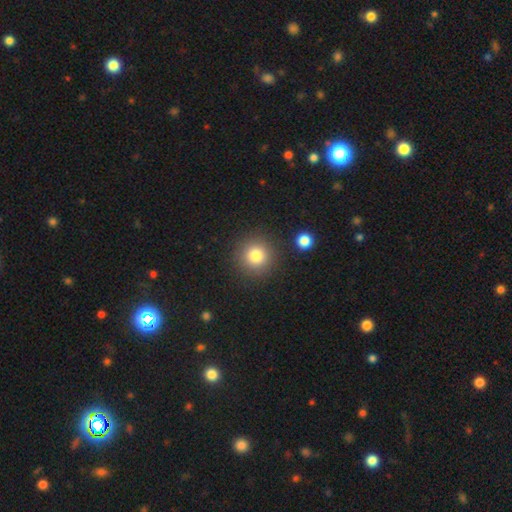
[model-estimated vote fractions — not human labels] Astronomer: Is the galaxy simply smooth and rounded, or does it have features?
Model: smooth — 81%.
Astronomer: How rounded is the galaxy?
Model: round — 94%.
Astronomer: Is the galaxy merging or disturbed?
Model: none — 88%.